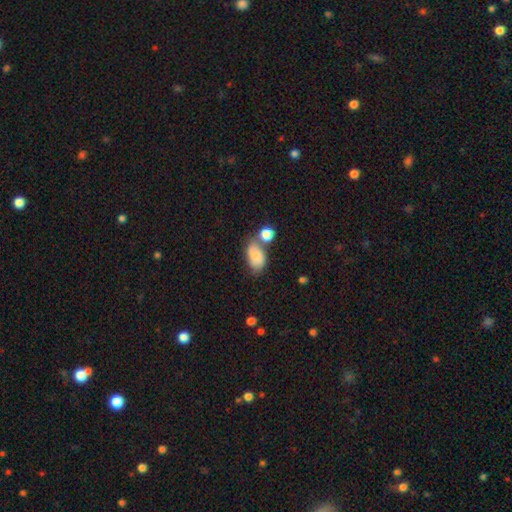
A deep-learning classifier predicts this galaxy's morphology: Smooth or featured? Predicted: smooth (p=0.67). How rounded? Predicted: in between (p=0.88). Merging? Predicted: none (p=0.43).